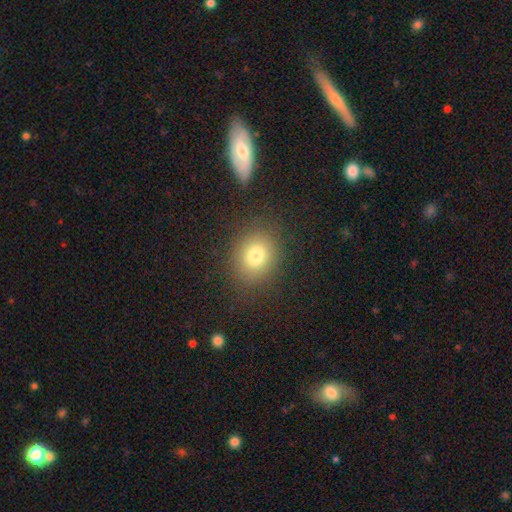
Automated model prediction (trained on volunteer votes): The model was most divided on "how rounded": round: 66%, in between: 33%, cigar-shaped: 1%. More confident: merging — none (85%); smooth or featured — smooth (77%).